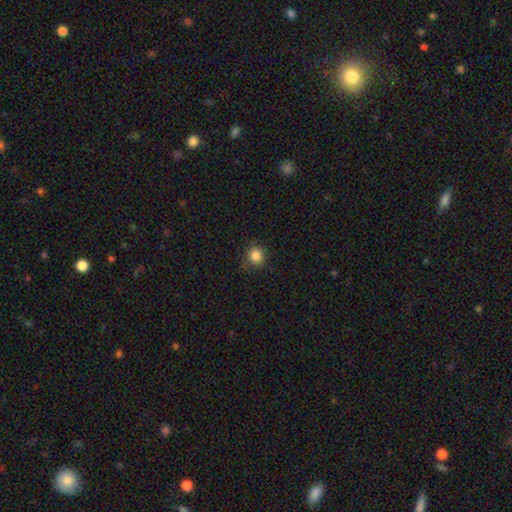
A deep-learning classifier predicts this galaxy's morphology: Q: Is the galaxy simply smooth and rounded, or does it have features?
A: smooth — 84%.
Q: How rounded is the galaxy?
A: round — 85%.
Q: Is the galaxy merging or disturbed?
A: none — 82%.